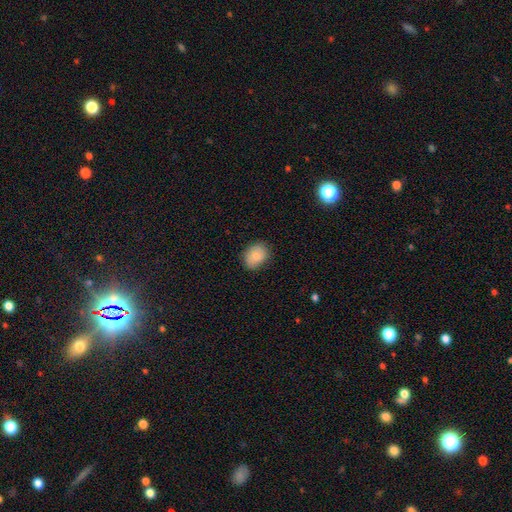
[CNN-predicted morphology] Smooth or featured?
  - smooth: 85% *
  - featured or disk: 8%
  - star or artifact: 7%
How rounded?
  - in between: 59% *
  - round: 40%
  - cigar-shaped: 1%
Merging?
  - none: 83% *
  - minor disturbance: 13%
  - major disturbance: 3%
  - merger: 1%